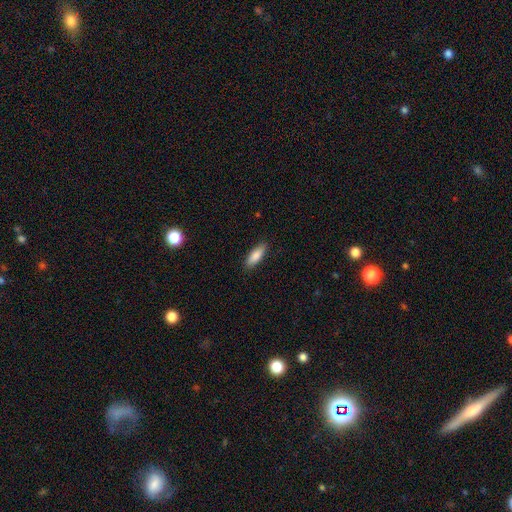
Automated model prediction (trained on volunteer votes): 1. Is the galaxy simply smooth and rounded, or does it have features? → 84% smooth, 9% featured or disk, 6% star or artifact.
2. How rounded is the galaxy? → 58% in between, 40% cigar-shaped, 2% round.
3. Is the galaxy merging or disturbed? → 87% none, 10% minor disturbance, 2% major disturbance, 1% merger.